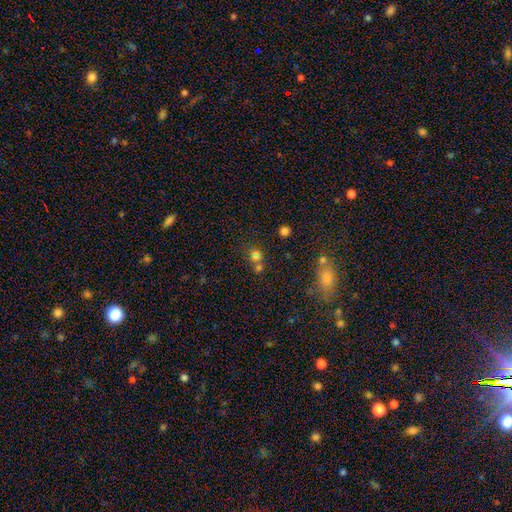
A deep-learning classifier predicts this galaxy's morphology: smooth-or-featured: smooth: 66% | star or artifact: 23% | featured or disk: 11%
  how-rounded: round: 80% | in between: 19% | cigar-shaped: 1%
  merging: none: 45% | merger: 44% | minor disturbance: 8% | major disturbance: 4%